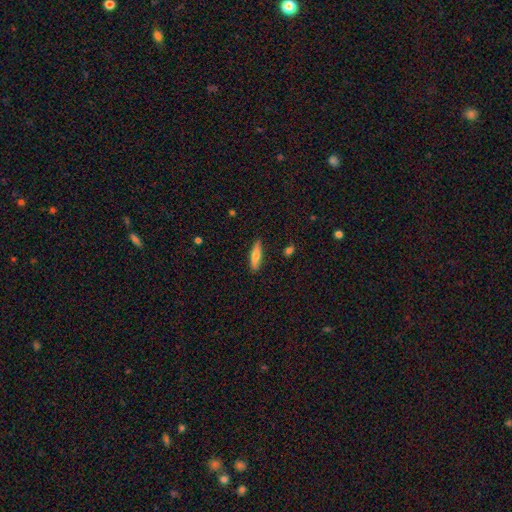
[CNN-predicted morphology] The model was most divided on "how rounded": cigar-shaped: 67%, in between: 31%, round: 2%. More confident: merging — none (88%); smooth or featured — smooth (73%).